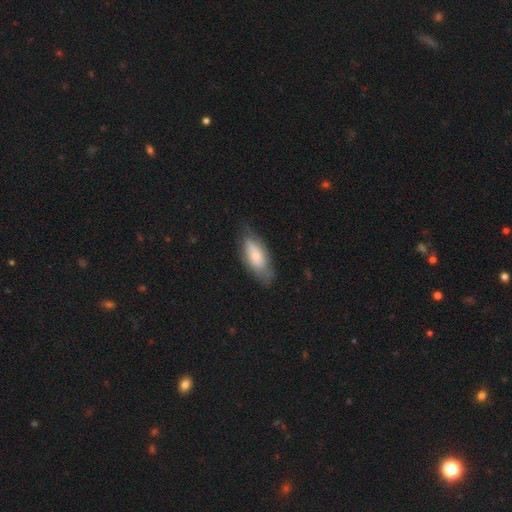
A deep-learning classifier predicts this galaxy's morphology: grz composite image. It shows a smooth galaxy with no disk features (67%) that is in between round and cigar-shaped (80%). Merging: none (65%).